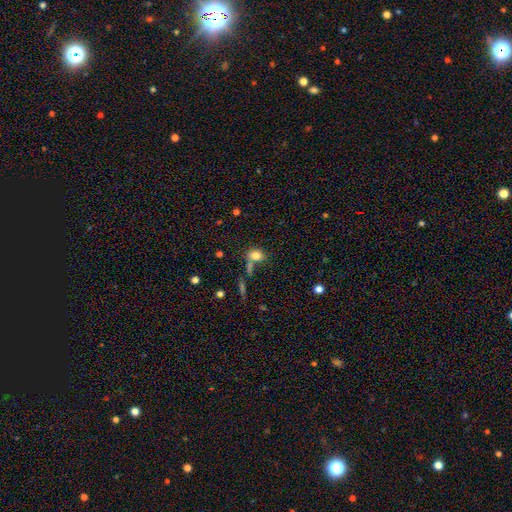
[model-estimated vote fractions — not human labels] A smooth galaxy with no disk features (80%) that is in between round and cigar-shaped (62%).

Vote fractions:
- Smooth or featured? smooth: 80% / star or artifact: 12% / featured or disk: 9%
- How rounded? in between: 62% / round: 36% / cigar-shaped: 2%
- Merging? none: 52% / merger: 24% / minor disturbance: 16% / major disturbance: 9%